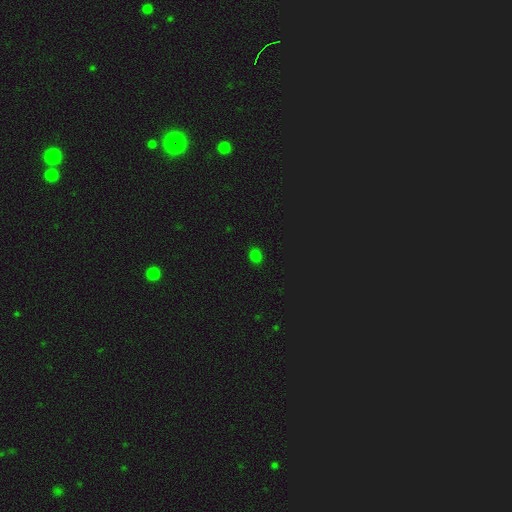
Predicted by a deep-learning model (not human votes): A smooth galaxy with no disk features (75%) that is in between round and cigar-shaped (49%, tied with round).

Vote fractions:
- Smooth or featured? smooth: 75% / star or artifact: 21% / featured or disk: 3%
- How rounded? in between: 49% (tied) / round: 49% (tied) / cigar-shaped: 1%
- Merging? none: 88% / minor disturbance: 9% / major disturbance: 2% / merger: 1%